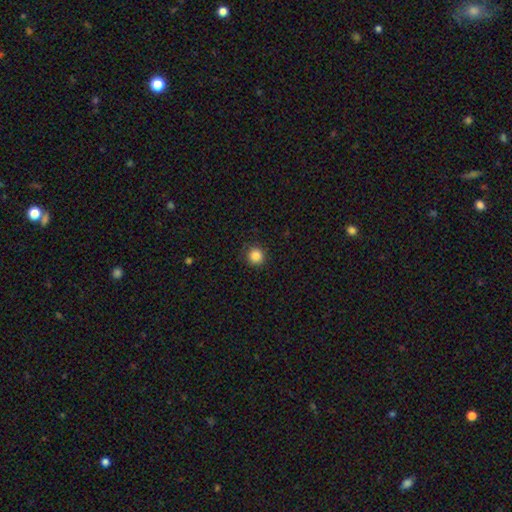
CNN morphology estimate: Q: Smooth or featured?
A: smooth (86%); runner-up: star or artifact (11%)
Q: How rounded?
A: round (95%); runner-up: in between (4%)
Q: Merging?
A: none (89%); runner-up: minor disturbance (8%)